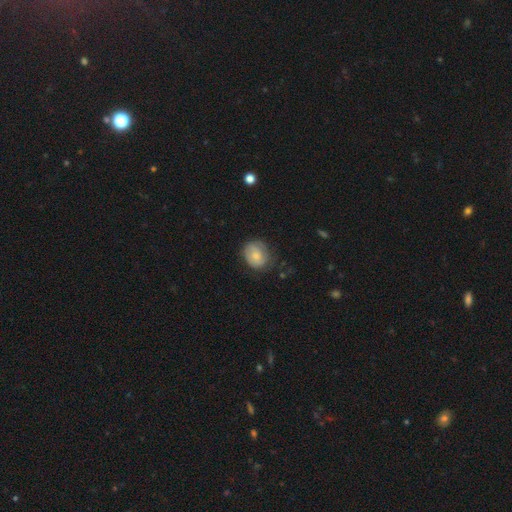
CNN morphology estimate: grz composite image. It shows a smooth galaxy with no disk features (67%) that is round (60%). Merging: none (64%).